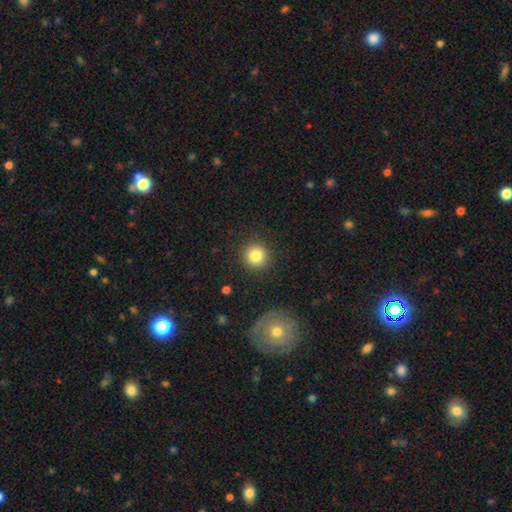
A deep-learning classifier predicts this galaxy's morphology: smooth 84%, star or artifact 10%, featured or disk 6%. Down the decision tree: how rounded — round (93%); merging — none (90%).